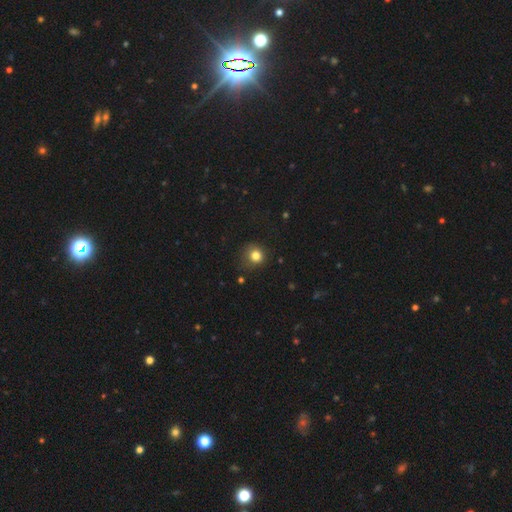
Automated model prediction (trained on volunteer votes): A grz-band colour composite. It shows a smooth galaxy with no disk features (80%) that is round (87%). Merging: none (72%).